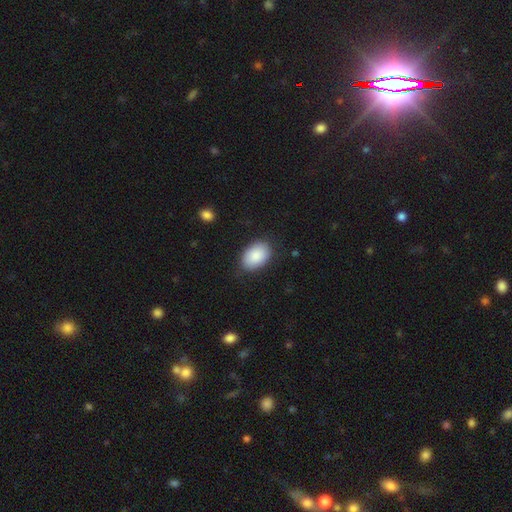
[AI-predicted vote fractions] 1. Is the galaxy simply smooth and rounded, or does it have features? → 88% smooth, 6% featured or disk, 6% star or artifact.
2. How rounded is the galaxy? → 90% in between, 9% round, 1% cigar-shaped.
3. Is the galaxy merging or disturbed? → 82% none, 14% minor disturbance, 3% major disturbance, 1% merger.